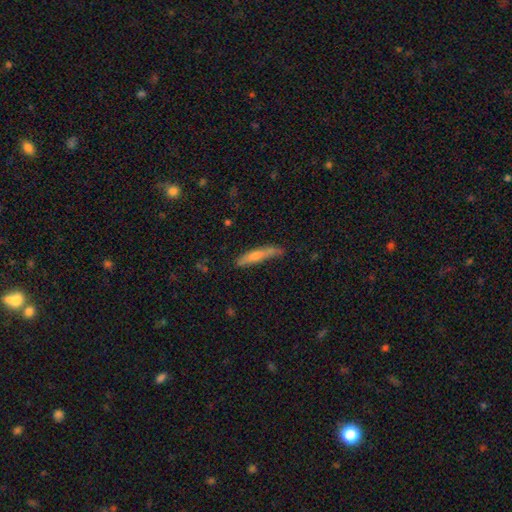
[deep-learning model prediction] Smooth or featured?
  - smooth: 56% *
  - featured or disk: 37%
  - star or artifact: 6%
How rounded?
  - cigar-shaped: 90% *
  - in between: 8%
  - round: 2%
Merging?
  - none: 69% *
  - minor disturbance: 23%
  - major disturbance: 5%
  - merger: 3%